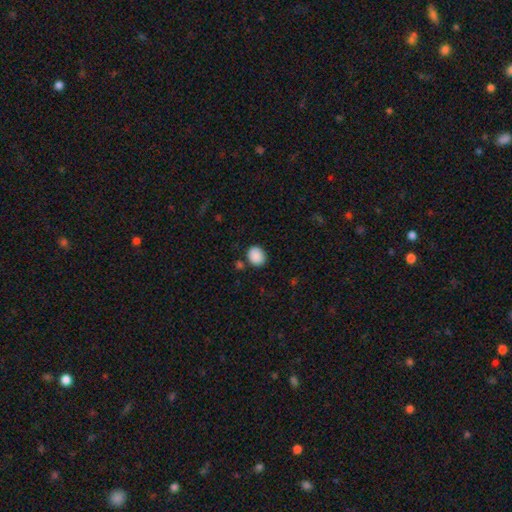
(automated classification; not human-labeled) smooth-or-featured: smooth: 89% | star or artifact: 8% | featured or disk: 3%
  how-rounded: round: 64% | in between: 35% | cigar-shaped: 1%
  merging: none: 78% | minor disturbance: 13% | merger: 6% | major disturbance: 3%